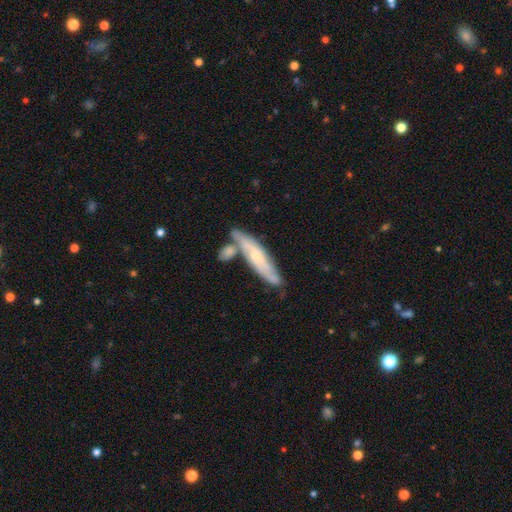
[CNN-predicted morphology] Q: Smooth or featured?
A: featured or disk (57%); runner-up: smooth (37%)
Q: Edge-on disk?
A: yes (53%); runner-up: no (47%)
Q: Merging?
A: none (54%); runner-up: merger (25%)